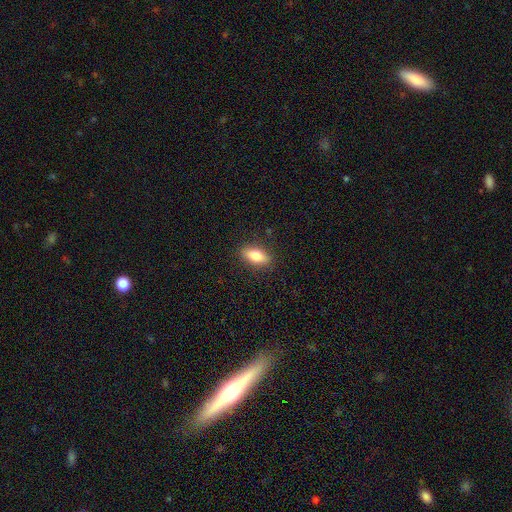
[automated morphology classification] type=smooth (75%); roundness=in between (76%); merging=none (87%).